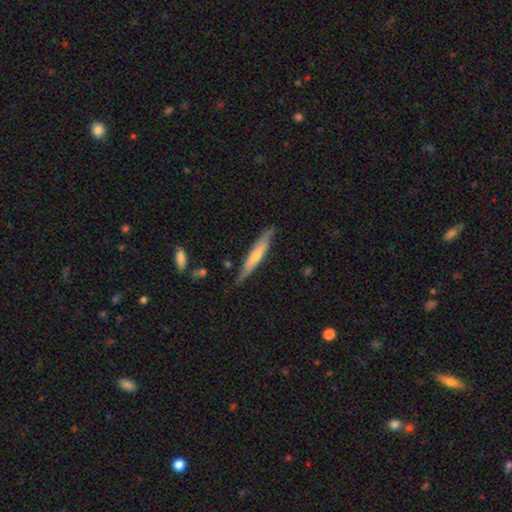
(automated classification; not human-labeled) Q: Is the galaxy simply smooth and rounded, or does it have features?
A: smooth — 49%.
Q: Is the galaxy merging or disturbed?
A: none — 81%.